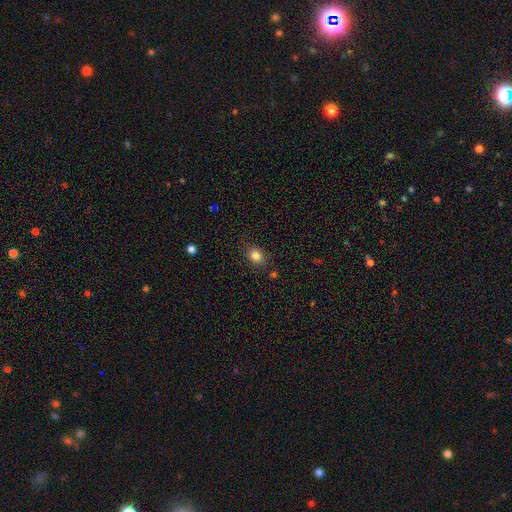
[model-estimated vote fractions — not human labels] Overall: smooth (83%). How rounded: round (52%; in between 47%). Merging: none (84%).